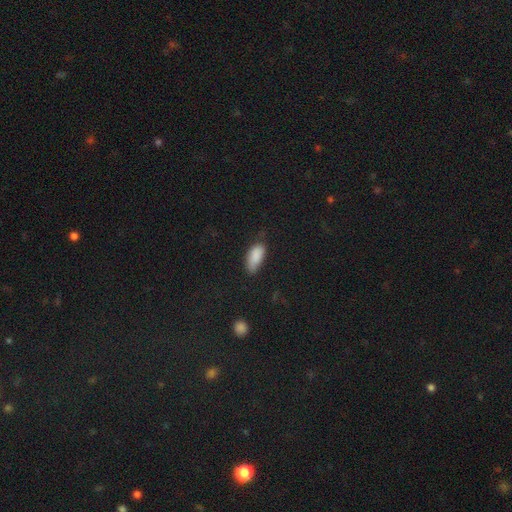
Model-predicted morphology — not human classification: This is clearly a smooth galaxy (87%). How rounded: clearly in between (87%). Merging: likely none (60%).